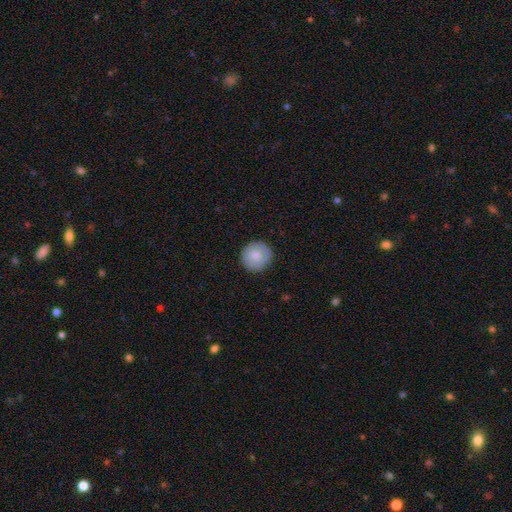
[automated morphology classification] Smooth or featured? Predicted: smooth (p=0.79). How rounded? Predicted: round (p=0.95). Merging? Predicted: none (p=0.89).